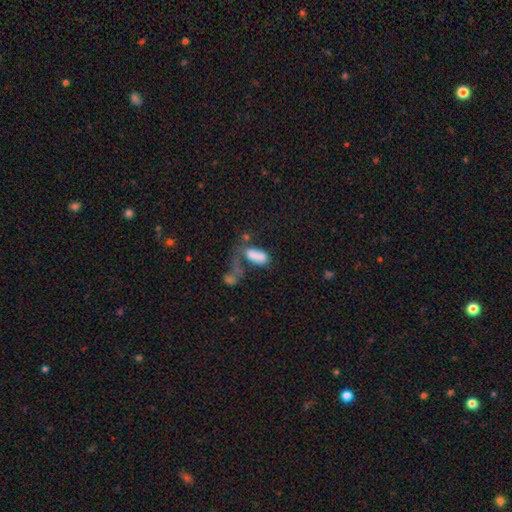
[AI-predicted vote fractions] Smooth or featured? Predicted: smooth (p=0.76). How rounded? Predicted: in between (p=0.88). Merging? Predicted: merger (p=0.37).